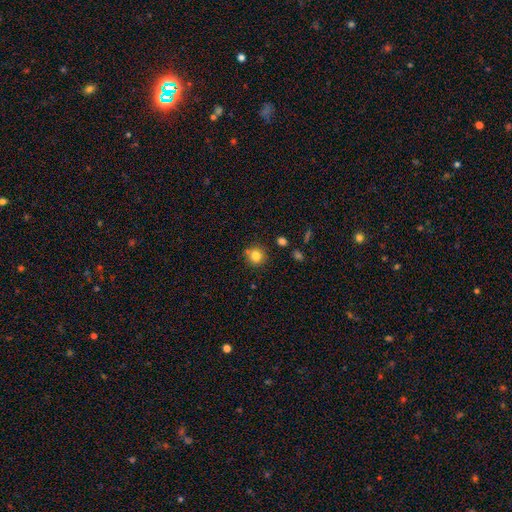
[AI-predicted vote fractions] Q: Smooth or featured?
A: smooth (82%); runner-up: star or artifact (11%)
Q: How rounded?
A: round (91%); runner-up: in between (8%)
Q: Merging?
A: none (76%); runner-up: merger (11%)